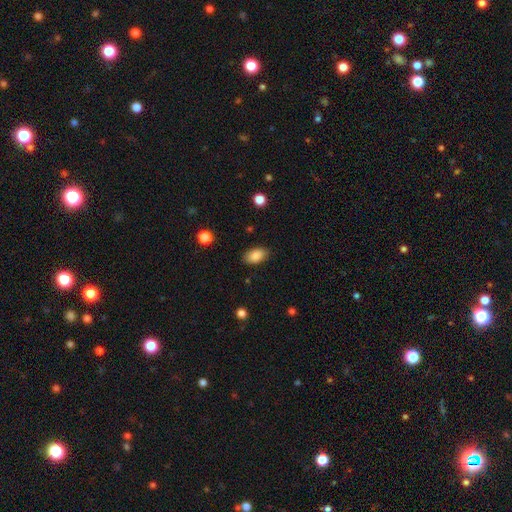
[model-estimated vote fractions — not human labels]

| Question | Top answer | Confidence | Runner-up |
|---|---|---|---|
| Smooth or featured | smooth | 87% | star or artifact (8%) |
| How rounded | in between | 93% | round (5%) |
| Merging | none | 86% | minor disturbance (10%) |